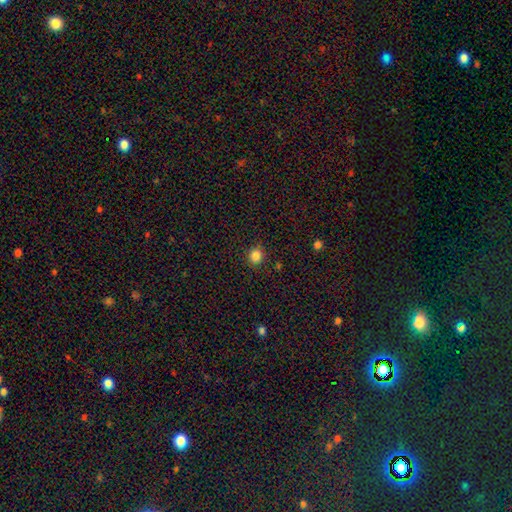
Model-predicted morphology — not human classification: This is clearly a smooth galaxy (85%). How rounded: clearly round (85%). Merging: clearly none (89%).